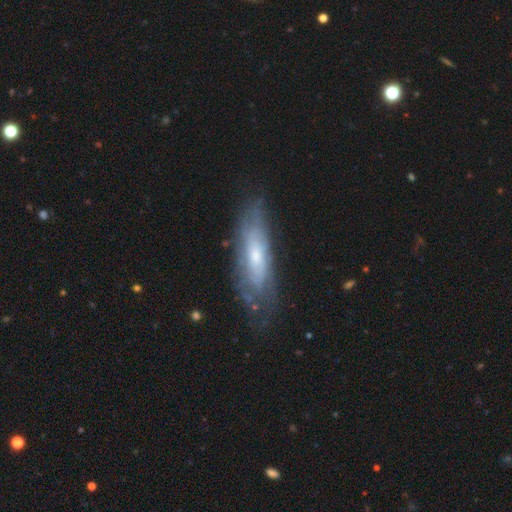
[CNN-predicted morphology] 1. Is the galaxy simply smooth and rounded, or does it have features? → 62% featured or disk, 31% smooth, 7% star or artifact.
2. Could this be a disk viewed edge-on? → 71% no, 29% yes.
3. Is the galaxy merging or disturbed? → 67% none, 22% minor disturbance, 9% major disturbance, 2% merger.